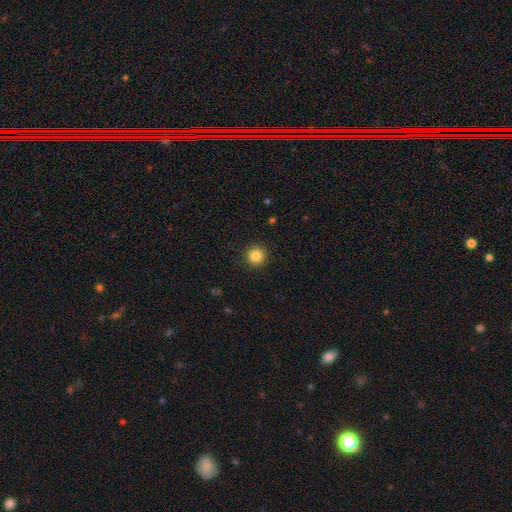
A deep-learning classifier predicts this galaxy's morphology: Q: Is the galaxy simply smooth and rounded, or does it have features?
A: smooth — 85%.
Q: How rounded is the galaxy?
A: round — 94%.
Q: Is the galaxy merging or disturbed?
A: none — 92%.